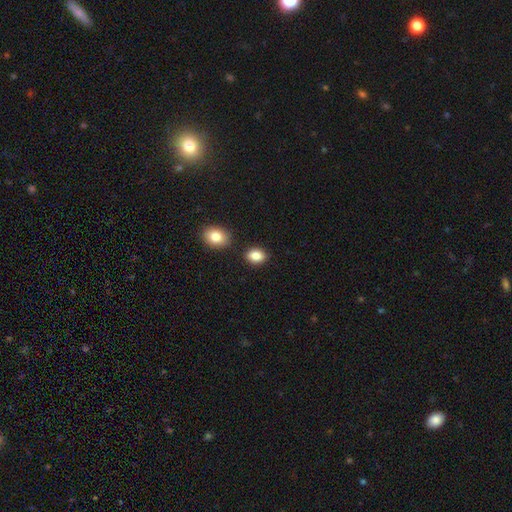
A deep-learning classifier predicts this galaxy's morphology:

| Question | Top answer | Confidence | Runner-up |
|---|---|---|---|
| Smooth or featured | smooth | 87% | star or artifact (8%) |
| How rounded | in between | 72% | round (27%) |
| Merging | none | 82% | minor disturbance (10%) |